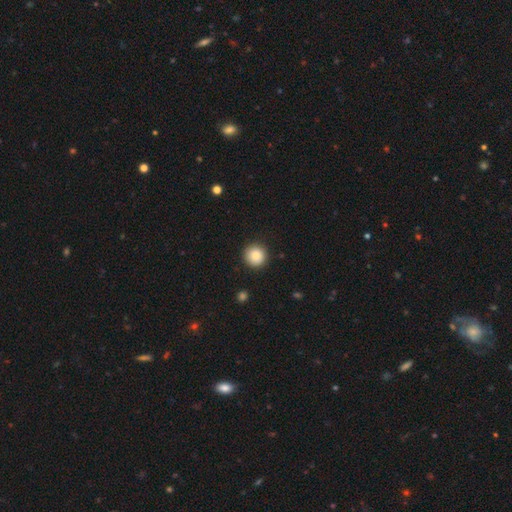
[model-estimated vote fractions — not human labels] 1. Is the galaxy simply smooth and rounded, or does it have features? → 85% smooth, 9% star or artifact, 6% featured or disk.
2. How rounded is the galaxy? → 95% round, 4% in between, 1% cigar-shaped.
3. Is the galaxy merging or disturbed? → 91% none, 6% minor disturbance, 2% major disturbance, 1% merger.